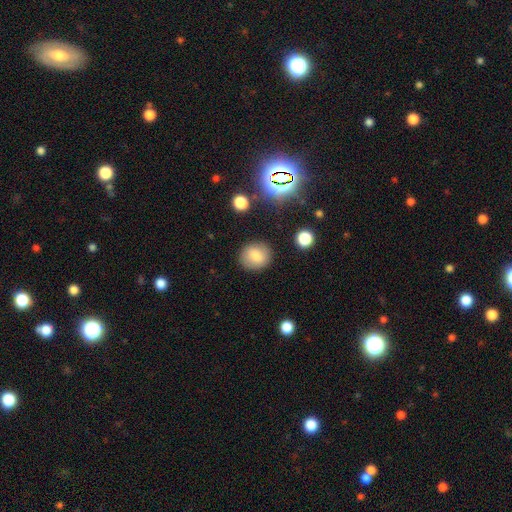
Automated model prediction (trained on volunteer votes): Morphology: type=smooth (79%); roundness=round (81%); merging=none (87%).